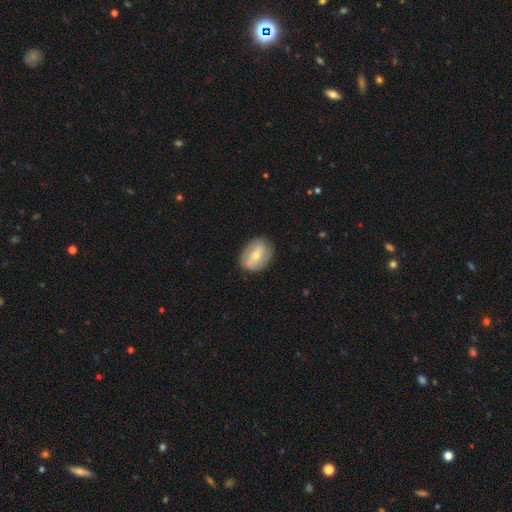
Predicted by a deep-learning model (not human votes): This appears to be a featured or disk galaxy (59%) with no bar (40%), spiral arms (76%) and a moderate central bulge (51%). Merging: none (80%).